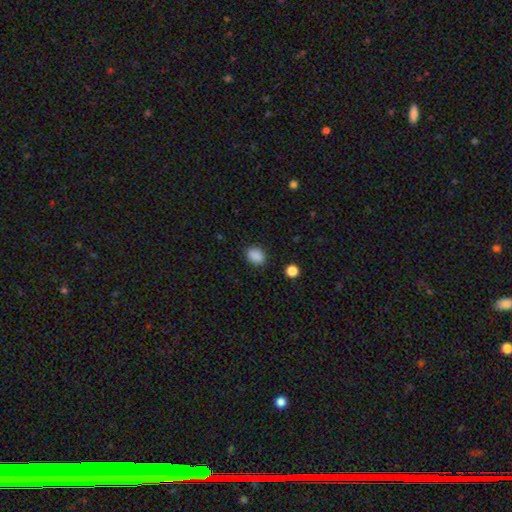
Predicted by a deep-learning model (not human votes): The model was most divided on "how rounded": in between: 64%, round: 35%, cigar-shaped: 1%. More confident: smooth or featured — smooth (88%); merging — none (87%).